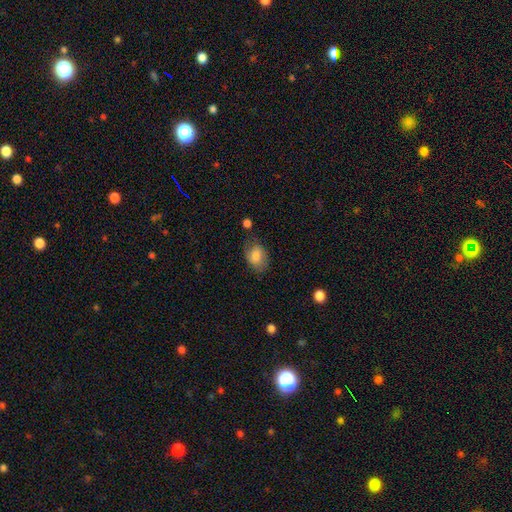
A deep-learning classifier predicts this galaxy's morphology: type=smooth (76%); roundness=in between (83%); merging=none (67%).